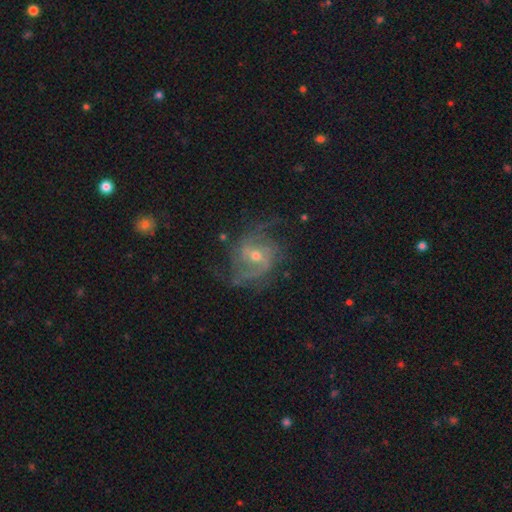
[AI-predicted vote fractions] Morphology: type=featured or disk (84%); edge-on=no (97%); bar=weak (46%); spiral arms=yes (94%); winding=medium (47%); arm count=2 (58%); bulge=moderate (51%); merging=none (65%).